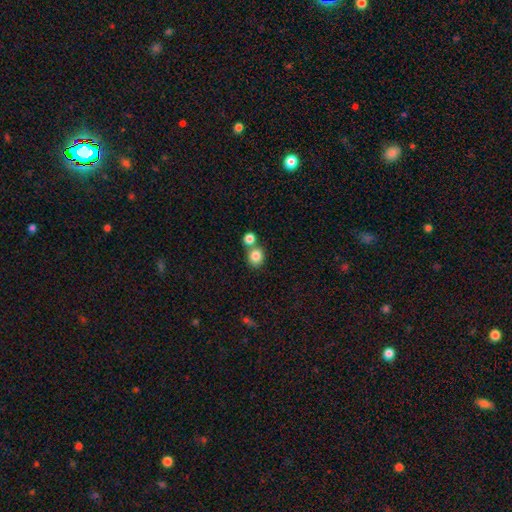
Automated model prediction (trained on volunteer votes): smooth 83%, star or artifact 10%, featured or disk 7%. Down the decision tree: how rounded — round (77%); merging — none (53%).